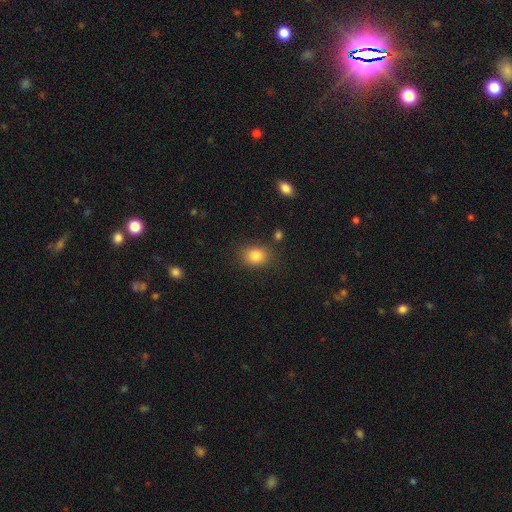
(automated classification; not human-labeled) Overall: smooth (83%). How rounded: in between (53%; round 46%). Merging: none (82%).